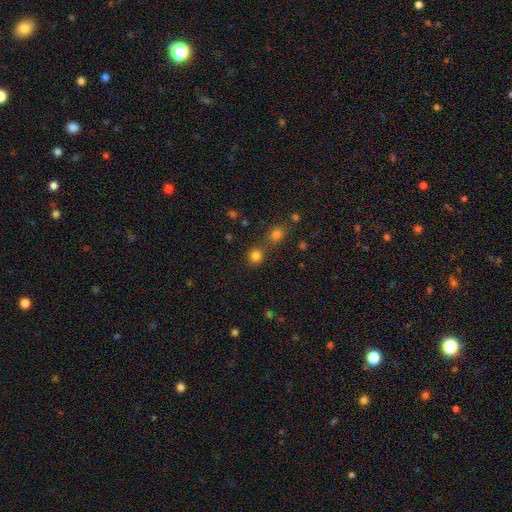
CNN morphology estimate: This is likely a smooth galaxy (80%). How rounded: clearly round (90%). Merging: likely none (69%).